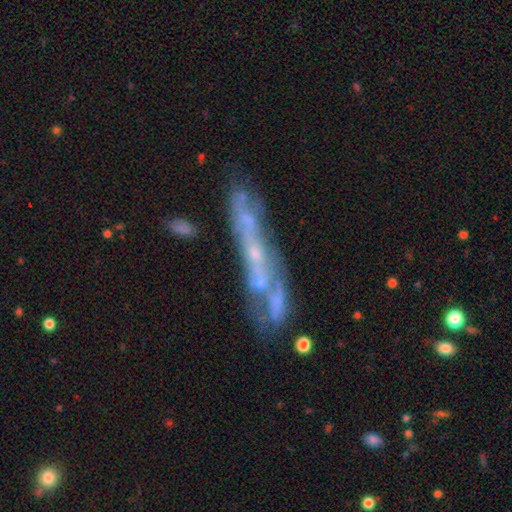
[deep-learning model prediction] Morphology: type=featured or disk (67%); edge-on=yes (54%); merging=none (54%).